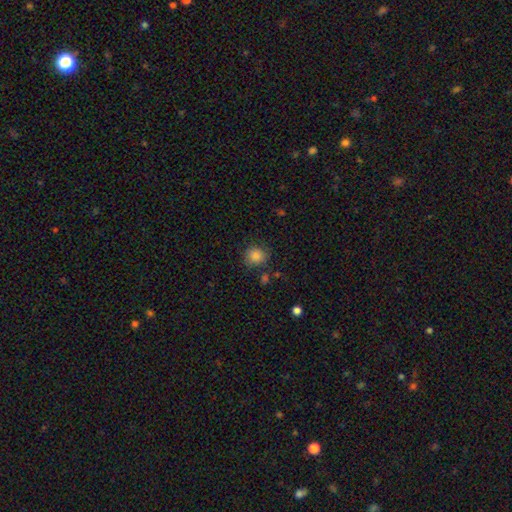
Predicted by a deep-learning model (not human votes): Smooth or featured?
  - smooth: 86% *
  - star or artifact: 10%
  - featured or disk: 5%
How rounded?
  - round: 83% *
  - in between: 16%
  - cigar-shaped: 1%
Merging?
  - none: 79% *
  - minor disturbance: 14%
  - major disturbance: 4%
  - merger: 4%